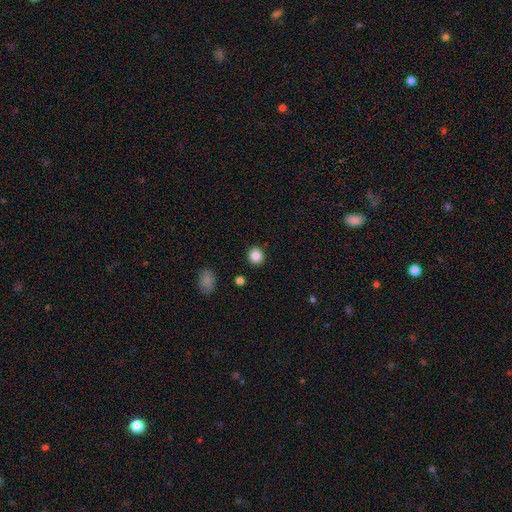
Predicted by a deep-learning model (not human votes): Overall: smooth (86%). How rounded: round (87%). Merging: none (89%).